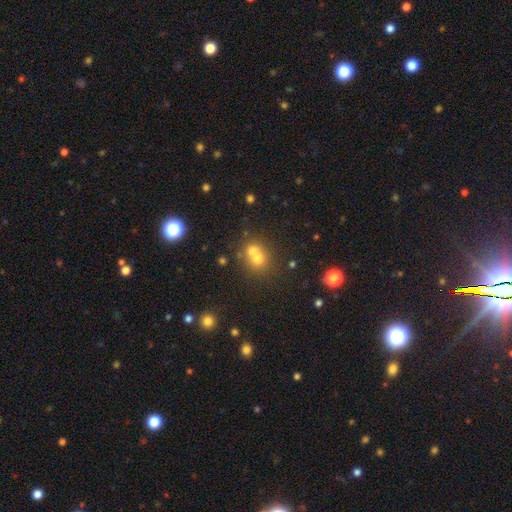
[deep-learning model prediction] Smooth or featured: smooth — 64% (featured or disk — 20%)
How rounded: round — 75% (in between — 24%)
Merging: merger — 59% (none — 31%)